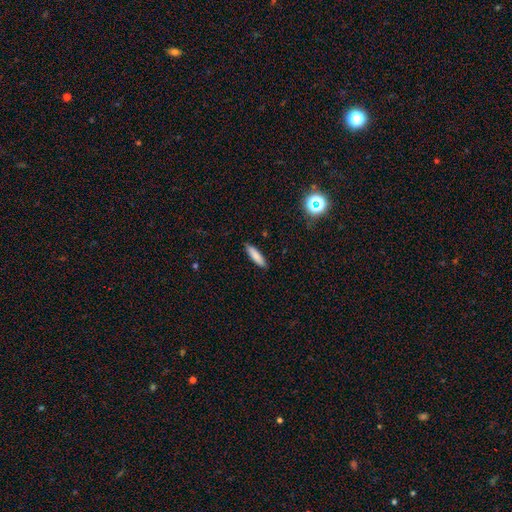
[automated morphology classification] This appears to be a smooth galaxy with no disk features (82%) that is cigar-shaped (70%). Merging: none (87%).